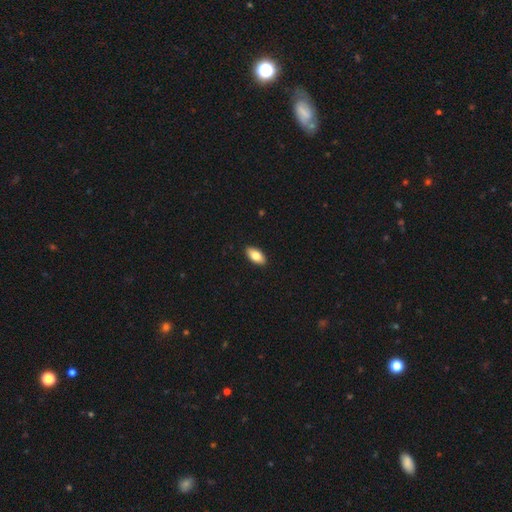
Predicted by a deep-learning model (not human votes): smooth-or-featured: smooth: 81% | featured or disk: 13% | star or artifact: 7%
  how-rounded: in between: 93% | cigar-shaped: 4% | round: 3%
  merging: none: 91% | minor disturbance: 7% | major disturbance: 1% | merger: 1%